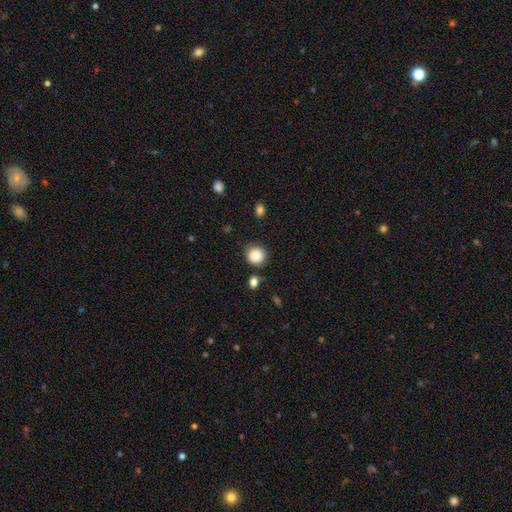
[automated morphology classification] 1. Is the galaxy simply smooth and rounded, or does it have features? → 87% smooth, 9% star or artifact, 4% featured or disk.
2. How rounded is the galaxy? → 90% round, 9% in between, 1% cigar-shaped.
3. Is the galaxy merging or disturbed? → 82% none, 11% minor disturbance, 4% merger, 3% major disturbance.